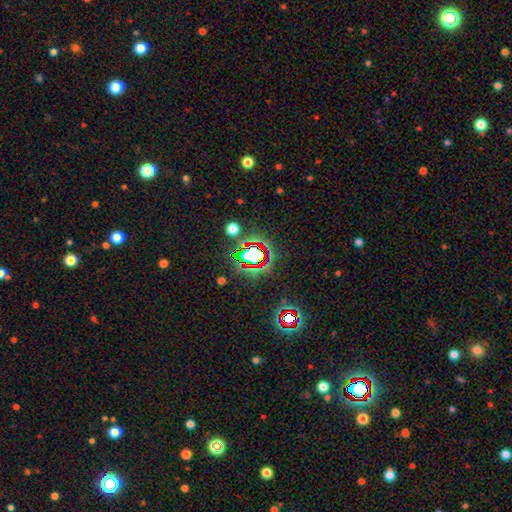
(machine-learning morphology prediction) Overall: star or artifact (66%).